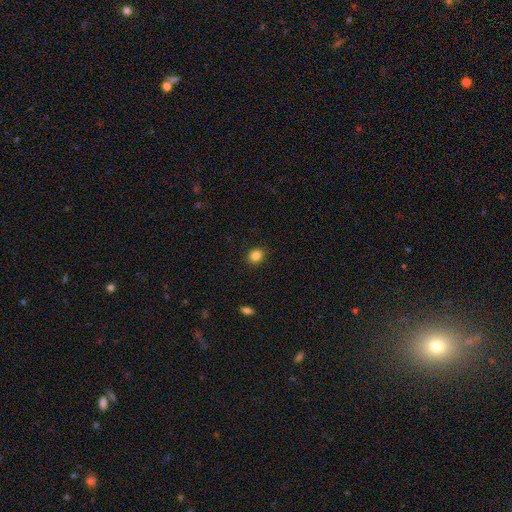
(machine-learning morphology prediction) This appears to be a smooth galaxy with no disk features (84%) that is round (74%). Merging: none (90%).